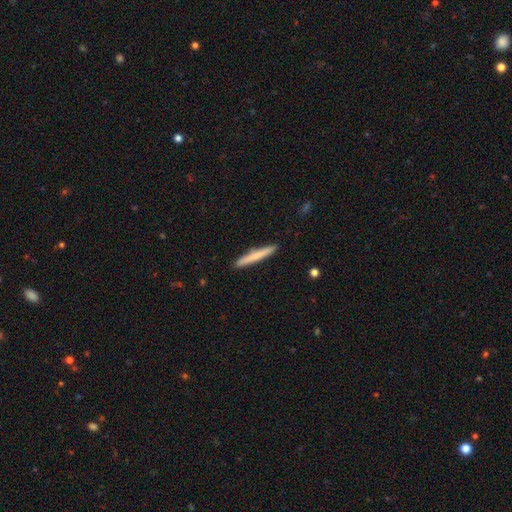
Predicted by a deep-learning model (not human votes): The model was most divided on "smooth or featured": smooth: 70%, featured or disk: 25%, star or artifact: 5%. More confident: how rounded — cigar-shaped (96%); merging — none (92%).